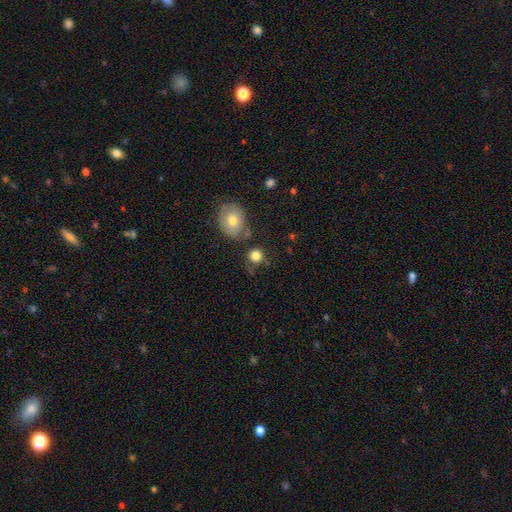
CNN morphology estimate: Smooth or featured: smooth — 82% (star or artifact — 10%)
How rounded: round — 88% (in between — 11%)
Merging: none — 71% (minor disturbance — 13%)